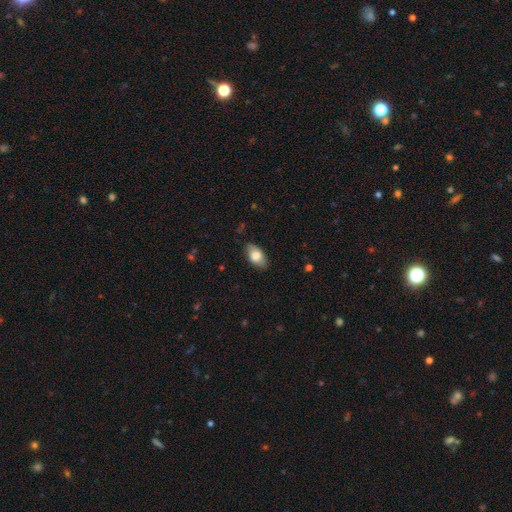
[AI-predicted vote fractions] smooth 77%, featured or disk 17%, star or artifact 7%. Down the decision tree: how rounded — in between (92%); merging — none (81%).